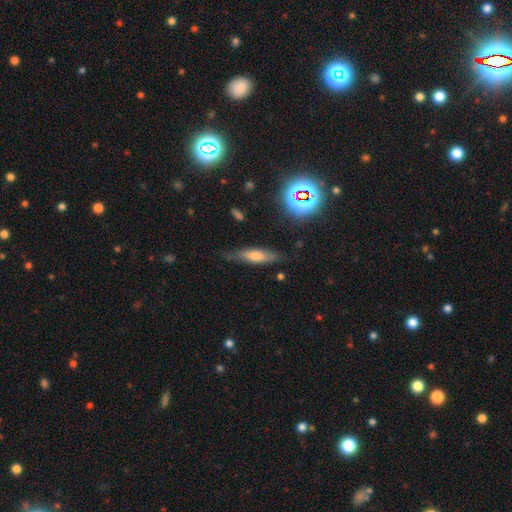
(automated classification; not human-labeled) This is possibly a smooth galaxy (57%). How rounded: likely cigar-shaped (62%). Merging: likely none (71%).